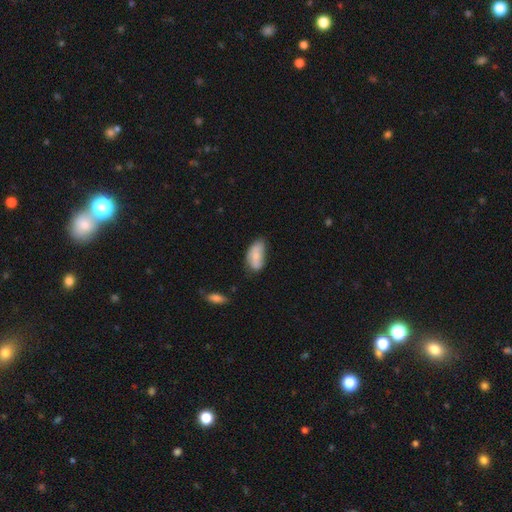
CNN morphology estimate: smooth-or-featured: smooth: 72% | featured or disk: 21% | star or artifact: 7%
  how-rounded: in between: 92% | cigar-shaped: 5% | round: 3%
  merging: none: 47% | minor disturbance: 39% | major disturbance: 10% | merger: 4%